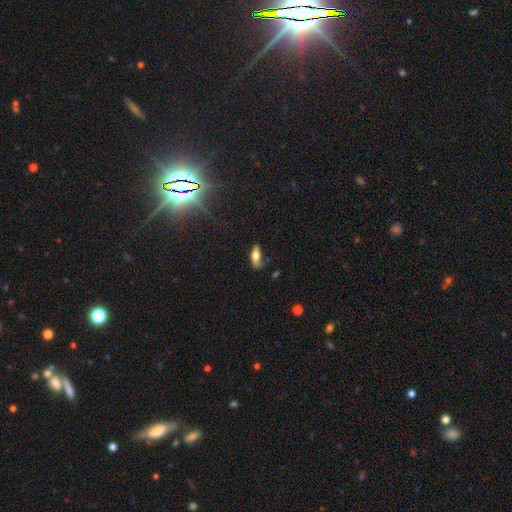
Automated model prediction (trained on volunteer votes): Morphology: type=smooth (66%); roundness=in between (71%); merging=none (72%).